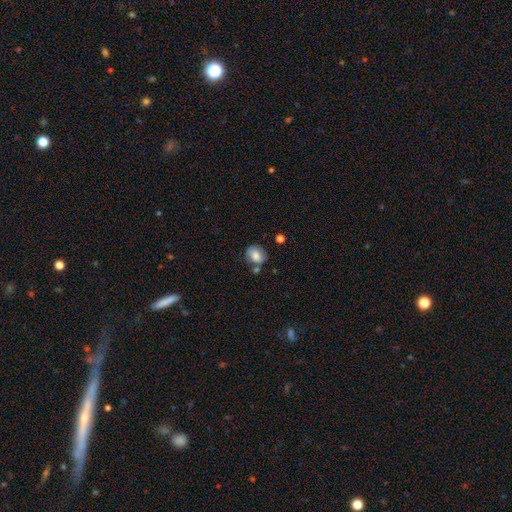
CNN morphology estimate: smooth_or_featured: smooth (p=0.67) [alt: featured or disk p=0.24]
how_rounded: in between (p=0.50) [alt: round p=0.48]
merging: none (p=0.58) [alt: minor disturbance p=0.22]